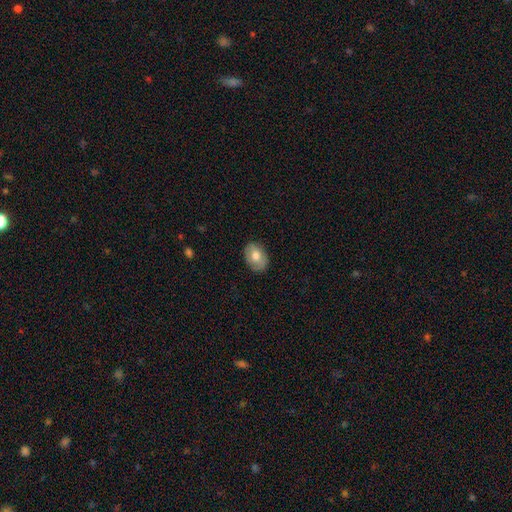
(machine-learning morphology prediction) Smooth or featured? smooth (70%)
How rounded? in between (80%)
Merging? none (84%)